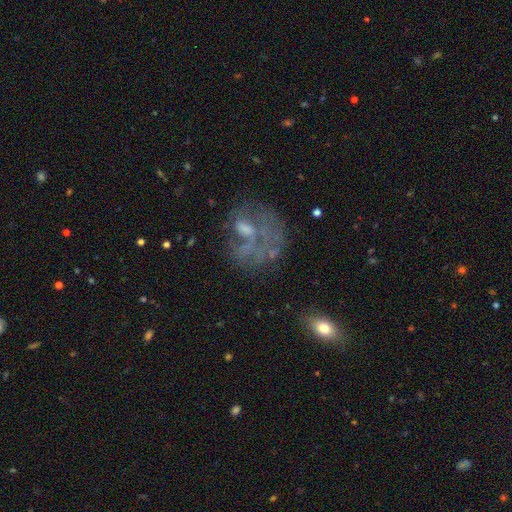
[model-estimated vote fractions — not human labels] Overall: featured or disk (53%; smooth 26%). Edge-on disk: no (97%). Bar: no (81%). Spiral arms: no (75%). Bulge size: none (40%; small 28%). Merging: none (44%; major disturbance 31%).